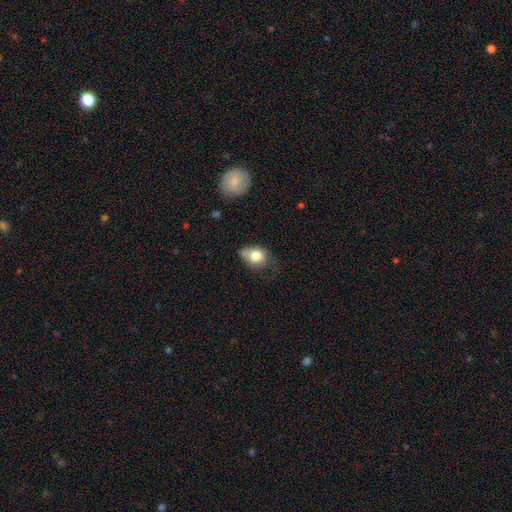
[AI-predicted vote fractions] This is likely a smooth galaxy (77%). How rounded: likely in between (64%). Merging: marginally minor disturbance (39%).